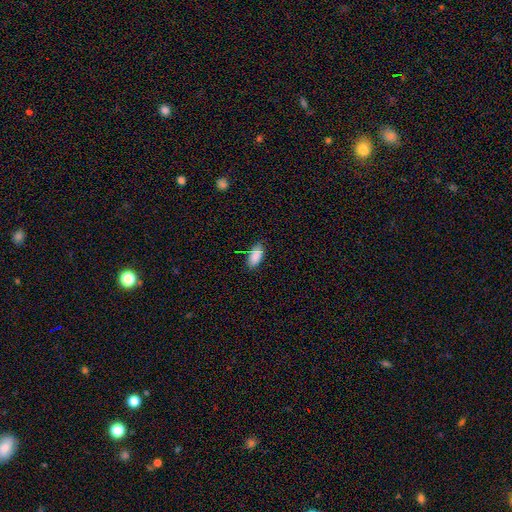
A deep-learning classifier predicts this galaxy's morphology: Overall: smooth (89%). How rounded: in between (91%). Merging: none (81%).